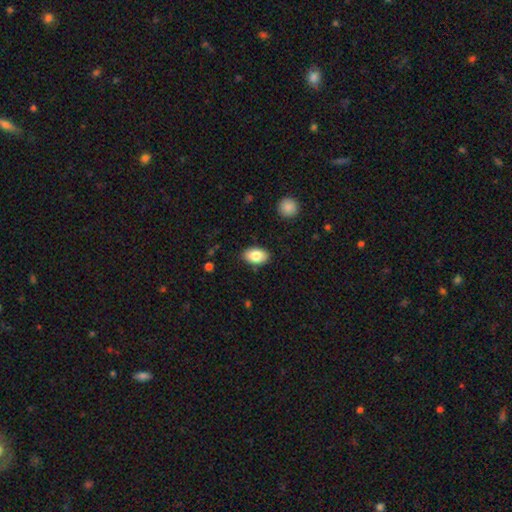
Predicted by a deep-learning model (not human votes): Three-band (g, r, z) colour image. It shows a smooth galaxy with no disk features (83%) that is in between round and cigar-shaped (90%). Merging: none (87%).